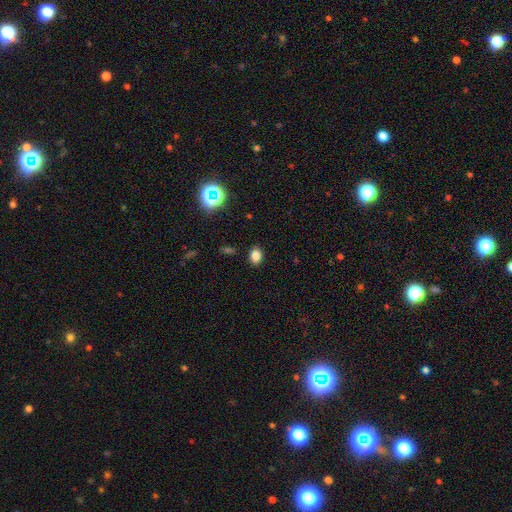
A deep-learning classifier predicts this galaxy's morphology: Smooth or featured? smooth (81%)
How rounded? in between (63%)
Merging? none (89%)